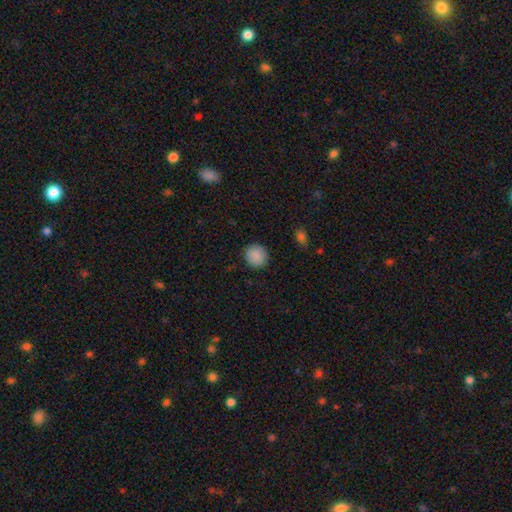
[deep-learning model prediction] This appears to be a smooth galaxy with no disk features (89%) that is round (90%). Merging: none (90%).